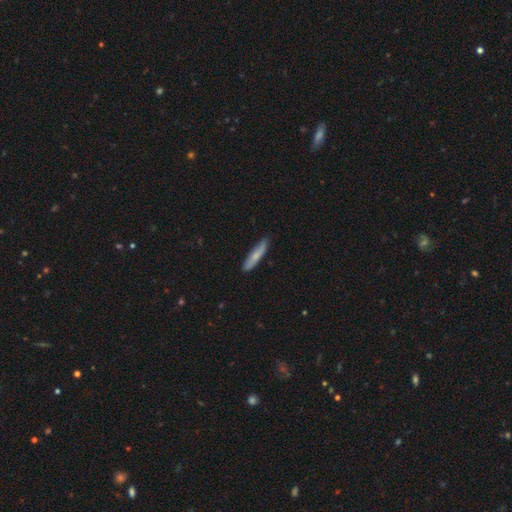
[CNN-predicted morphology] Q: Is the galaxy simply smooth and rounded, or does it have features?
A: smooth — 67%.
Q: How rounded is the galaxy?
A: cigar-shaped — 87%.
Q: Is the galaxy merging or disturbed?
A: none — 84%.